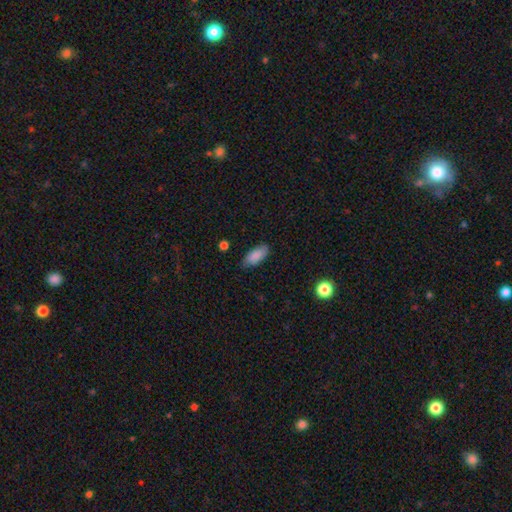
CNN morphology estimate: smooth 88%, star or artifact 7%, featured or disk 6%. Down the decision tree: how rounded — in between (86%); merging — none (79%).